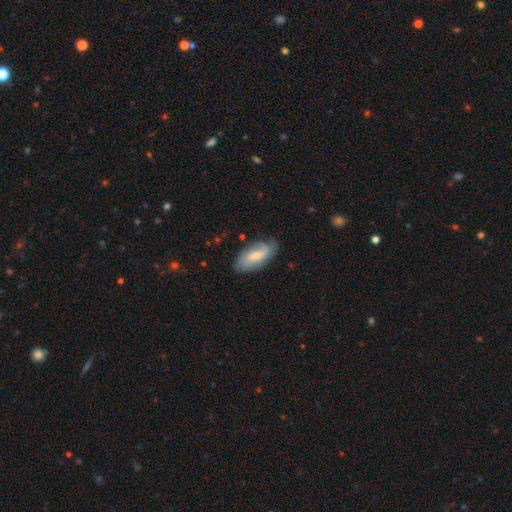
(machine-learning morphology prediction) smooth_or_featured: smooth (p=0.49) [alt: featured or disk p=0.45]
merging: none (p=0.74) [alt: minor disturbance p=0.19]